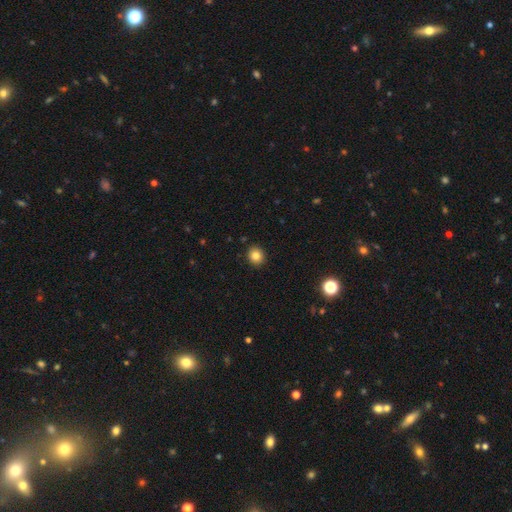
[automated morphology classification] Smooth or featured? Predicted: smooth (p=0.83). How rounded? Predicted: round (p=0.85). Merging? Predicted: none (p=0.92).